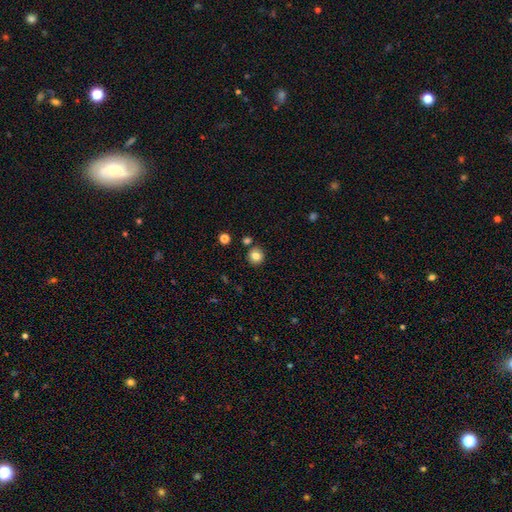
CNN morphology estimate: A smooth galaxy with no disk features (81%) that is round (92%). Merging: none (85%).